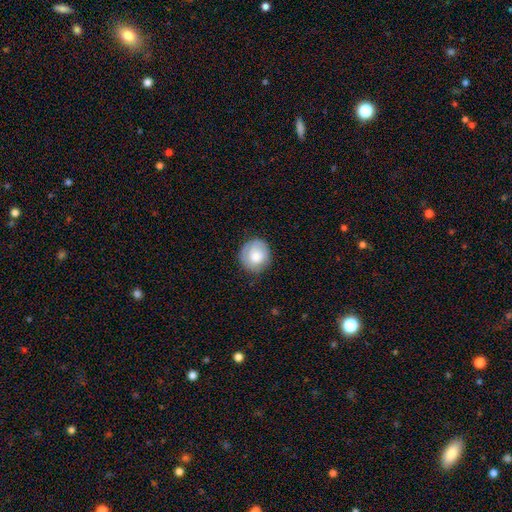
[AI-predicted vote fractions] A smooth galaxy with no disk features (74%) that is round (87%). Merging: none (75%).